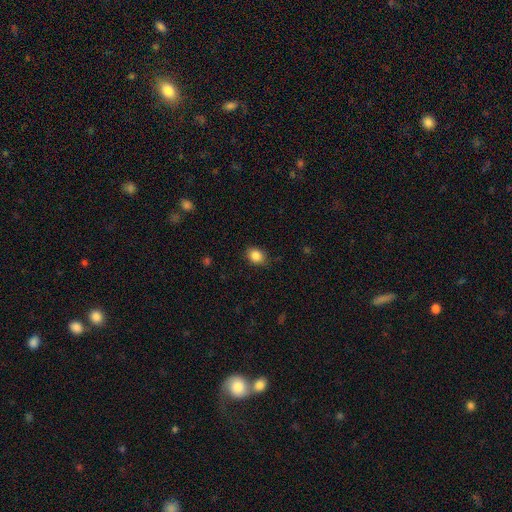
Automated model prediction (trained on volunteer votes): Smooth or featured: smooth — 86% (star or artifact — 9%)
How rounded: in between — 50% (round — 49%)
Merging: none — 81% (minor disturbance — 15%)